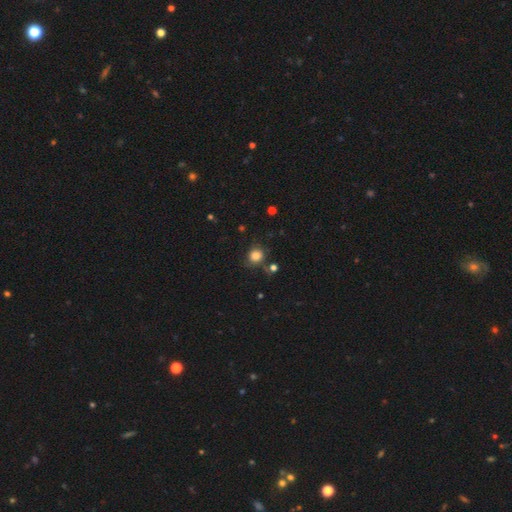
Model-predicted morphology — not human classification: The model was most divided on "merging": none: 70%, minor disturbance: 18%, major disturbance: 7%, merger: 6%. More confident: smooth or featured — smooth (81%); how rounded — round (80%).